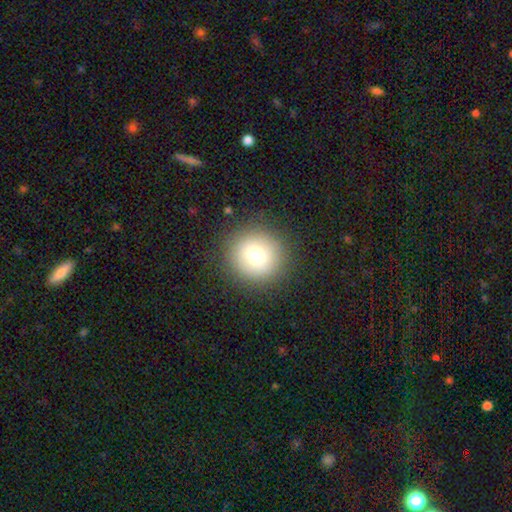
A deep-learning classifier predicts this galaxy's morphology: Smooth or featured? Predicted: smooth (p=0.73). How rounded? Predicted: round (p=0.93). Merging? Predicted: none (p=0.88).